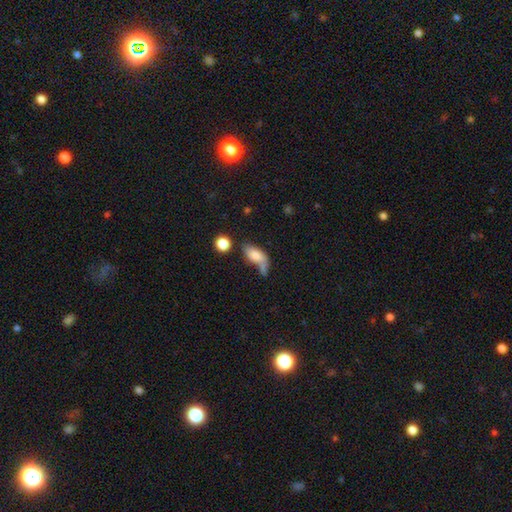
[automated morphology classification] This appears to be a smooth galaxy with no disk features (73%) that is in between round and cigar-shaped (83%). Merging: none (30%).